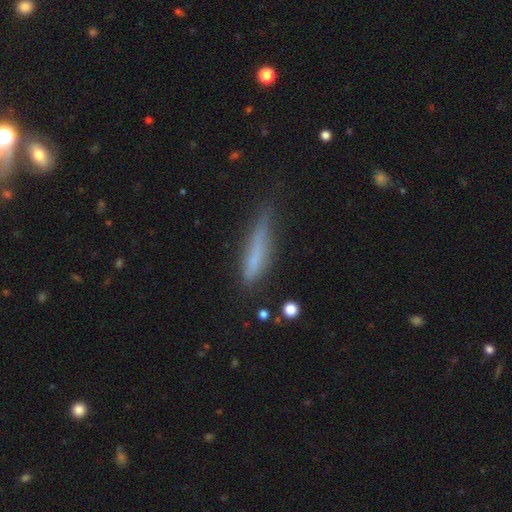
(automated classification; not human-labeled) smooth 64%, featured or disk 27%, star or artifact 9%. Down the decision tree: how rounded — cigar-shaped (87%); merging — none (58%).